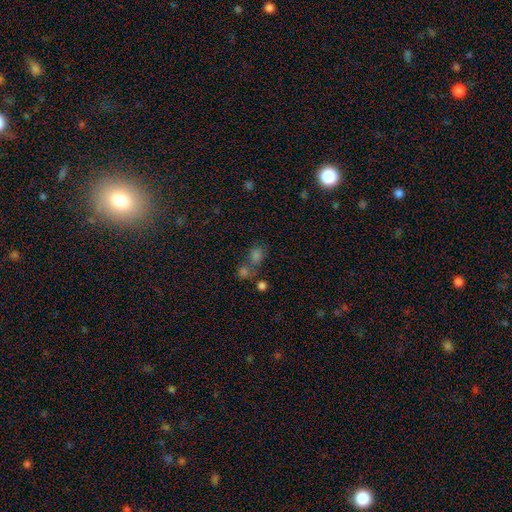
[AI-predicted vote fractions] smooth_or_featured: smooth (p=0.58) [alt: star or artifact p=0.32]
how_rounded: round (p=0.55) [alt: in between p=0.43]
merging: none (p=0.47) [alt: merger p=0.37]